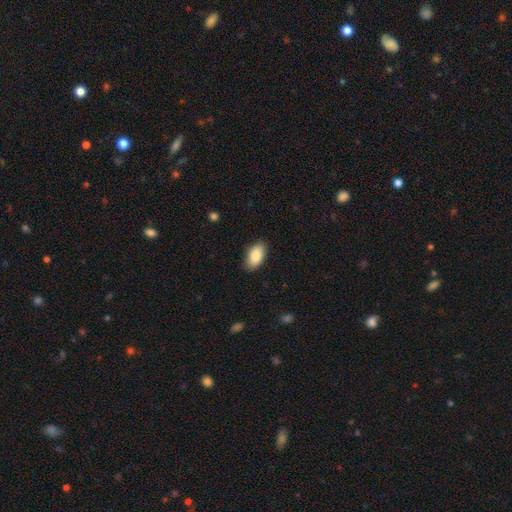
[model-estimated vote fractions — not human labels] smooth-or-featured: smooth: 87% | featured or disk: 7% | star or artifact: 6%
  how-rounded: in between: 94% | cigar-shaped: 3% | round: 3%
  merging: none: 86% | minor disturbance: 11% | major disturbance: 2% | merger: 1%